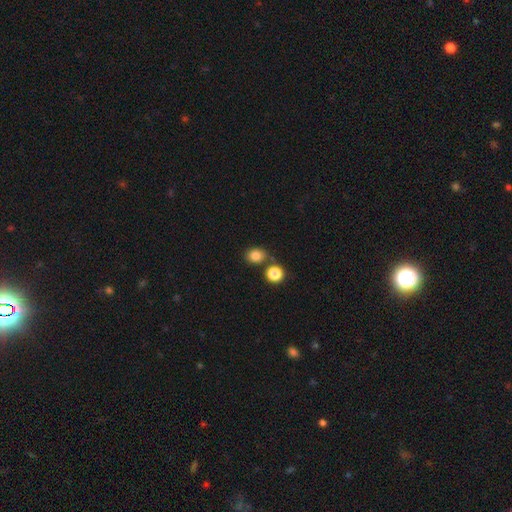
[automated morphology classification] A smooth galaxy with no disk features (82%) that is round (61%).

Vote fractions:
- Smooth or featured? smooth: 82% / star or artifact: 12% / featured or disk: 6%
- How rounded? round: 61% / in between: 38% / cigar-shaped: 1%
- Merging? none: 74% / merger: 13% / minor disturbance: 10% / major disturbance: 3%